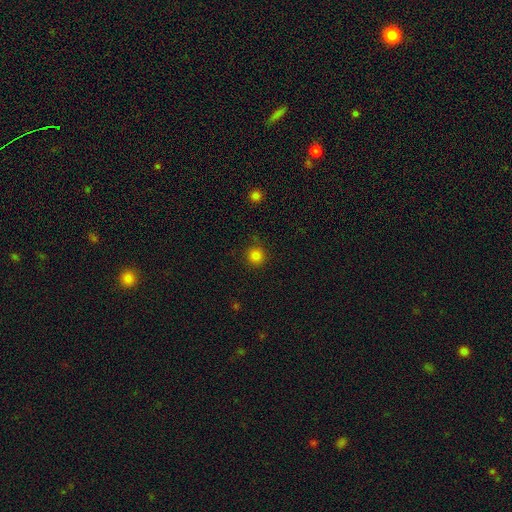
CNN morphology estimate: A smooth galaxy with no disk features (82%) that is round (94%).

Vote fractions:
- Smooth or featured? smooth: 82% / star or artifact: 14% / featured or disk: 4%
- How rounded? round: 94% / in between: 5% / cigar-shaped: 1%
- Merging? none: 87% / minor disturbance: 8% / major disturbance: 3% / merger: 2%